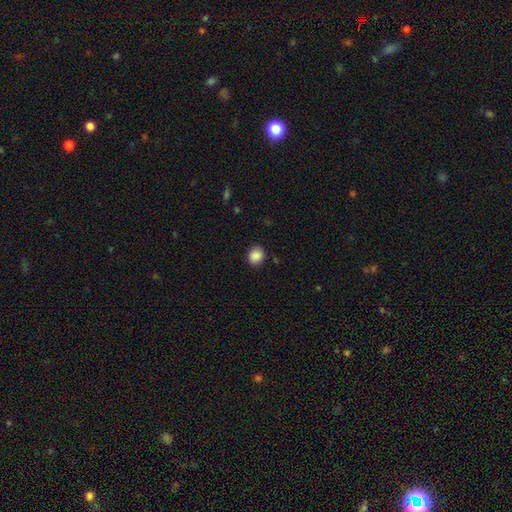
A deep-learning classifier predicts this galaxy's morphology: This is clearly a smooth galaxy (88%). How rounded: likely round (72%). Merging: clearly none (87%).